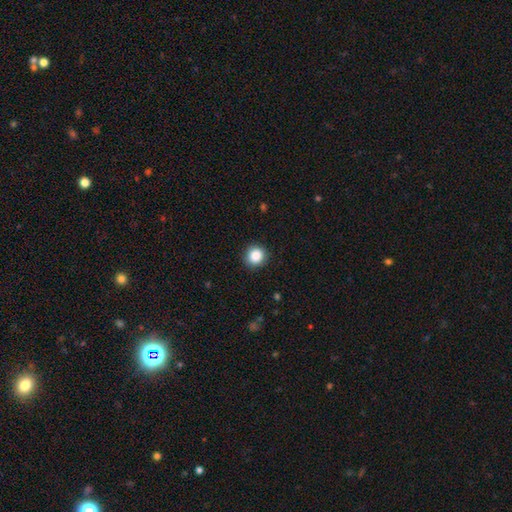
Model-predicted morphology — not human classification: Smooth or featured? smooth (86%)
How rounded? round (92%)
Merging? none (90%)